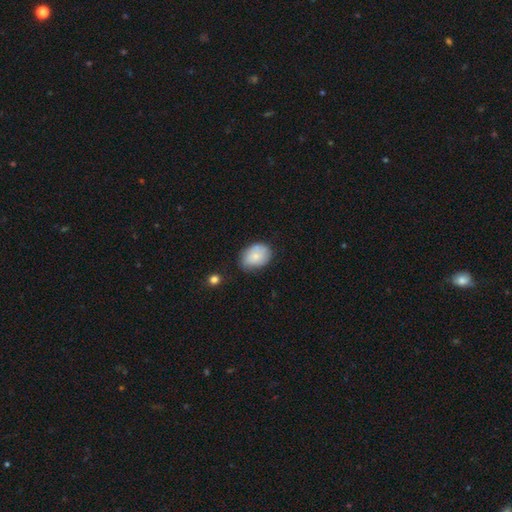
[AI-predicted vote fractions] Smooth or featured? Predicted: smooth (p=0.73). How rounded? Predicted: in between (p=0.73). Merging? Predicted: none (p=0.61).